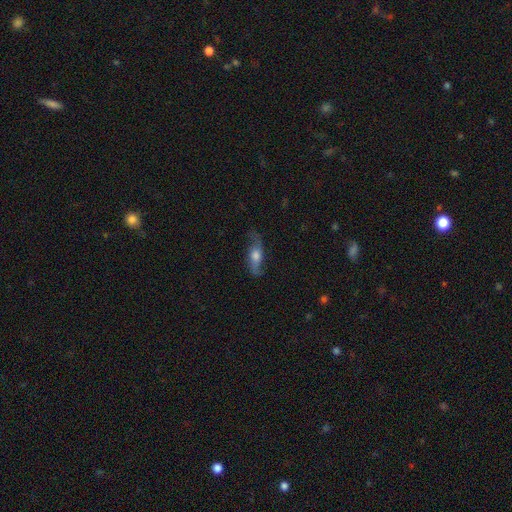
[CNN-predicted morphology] Smooth or featured? featured or disk (58%)
Edge-on disk? no (62%)
Merging? none (69%)